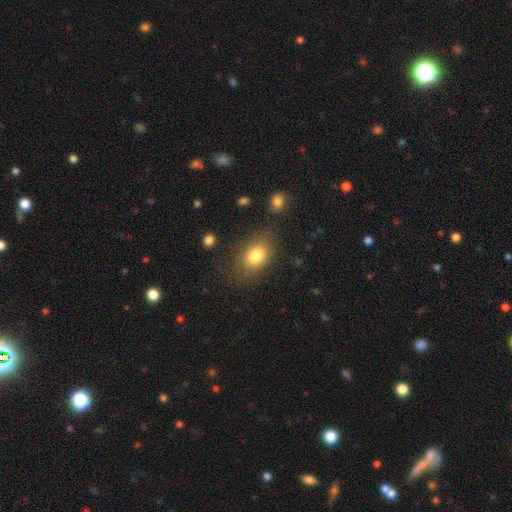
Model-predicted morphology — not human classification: This is clearly a smooth galaxy (80%). How rounded: likely in between (75%). Merging: likely none (73%).